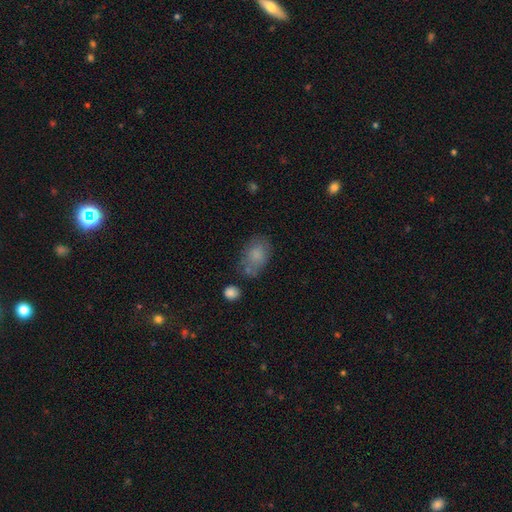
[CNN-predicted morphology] Overall: smooth (76%). How rounded: in between (85%). Merging: none (59%; minor disturbance 22%).